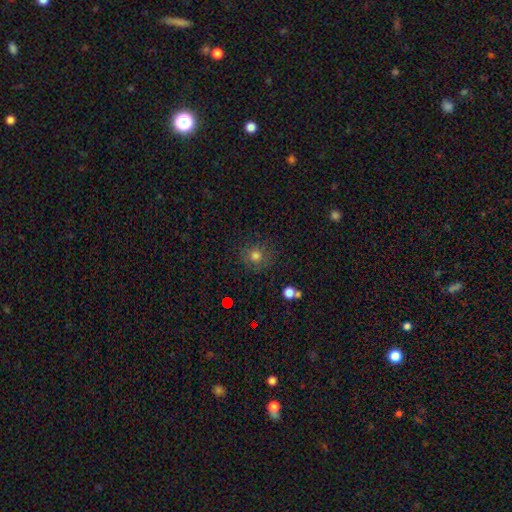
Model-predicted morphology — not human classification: This is likely a smooth galaxy (71%). How rounded: clearly round (88%). Merging: clearly none (80%).